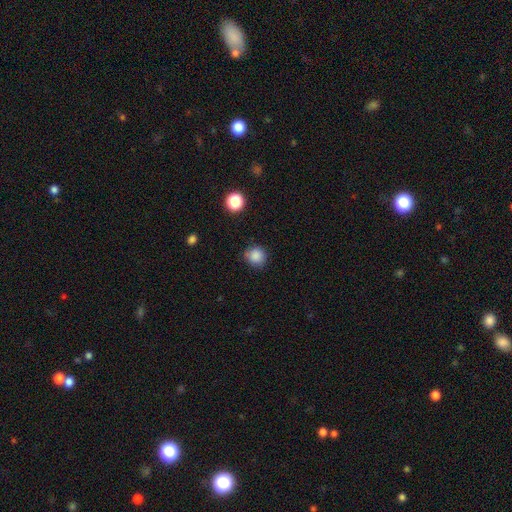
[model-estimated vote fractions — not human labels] A smooth galaxy with no disk features (86%) that is round (88%). Merging: none (82%).